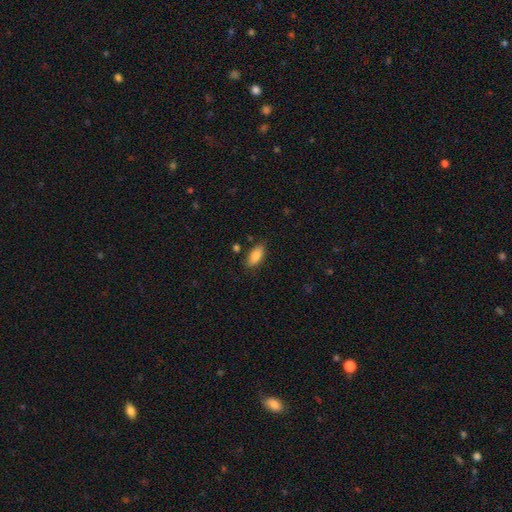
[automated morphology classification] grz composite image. It shows a smooth galaxy with no disk features (85%) that is in between round and cigar-shaped (87%). Merging: none (80%).